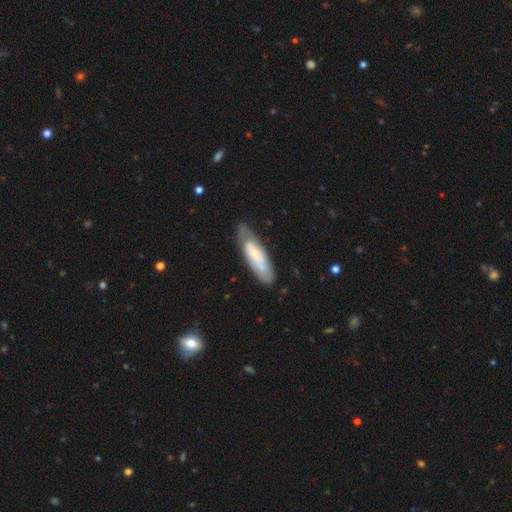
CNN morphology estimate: Smooth or featured? smooth (59%)
How rounded? cigar-shaped (56%)
Merging? none (66%)